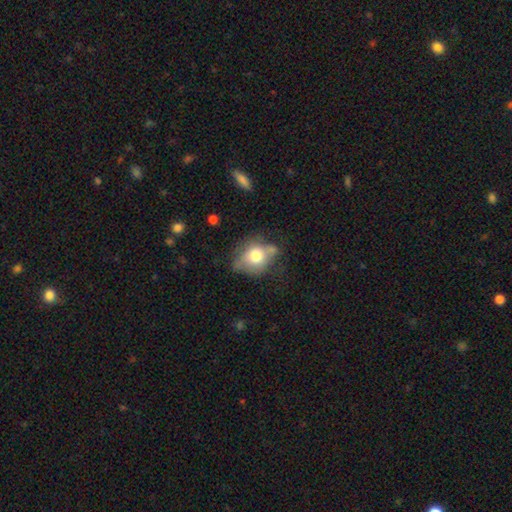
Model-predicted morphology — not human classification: Smooth or featured? Predicted: smooth (p=0.65). How rounded? Predicted: in between (p=0.51). Merging? Predicted: none (p=0.45).